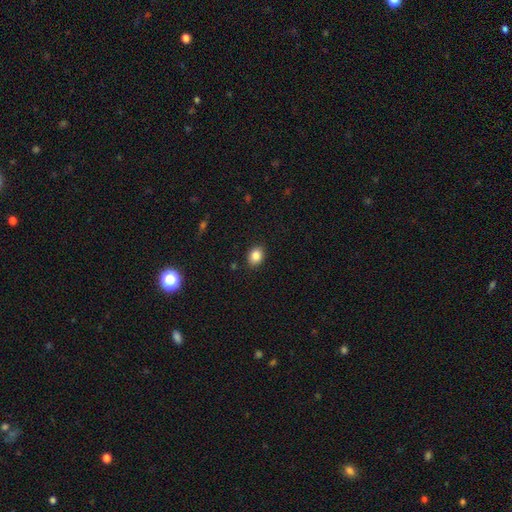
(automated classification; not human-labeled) smooth-or-featured: smooth: 85% | star or artifact: 10% | featured or disk: 6%
  how-rounded: in between: 58% | round: 41% | cigar-shaped: 1%
  merging: none: 89% | minor disturbance: 8% | major disturbance: 2% | merger: 1%